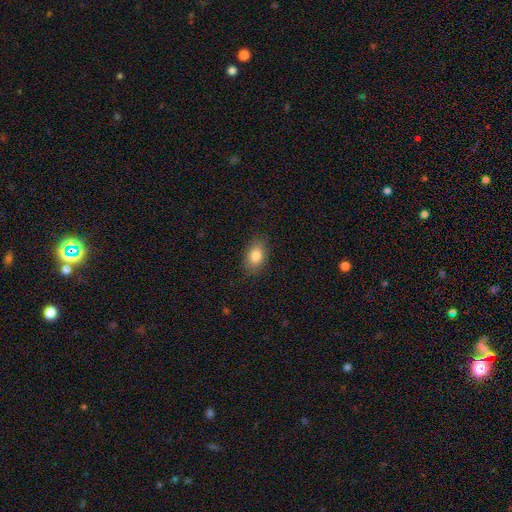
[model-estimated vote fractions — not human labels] Morphology: type=smooth (85%); roundness=in between (85%); merging=none (84%).